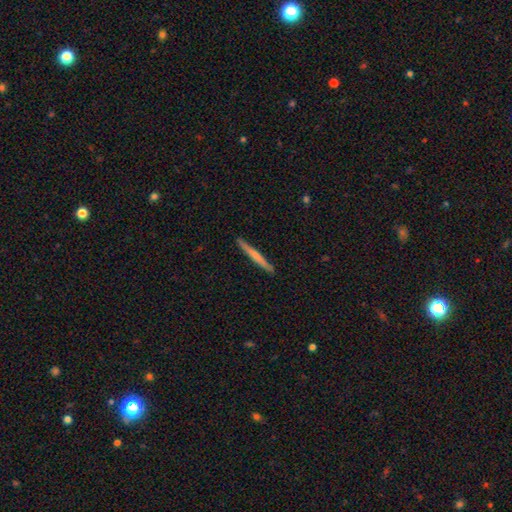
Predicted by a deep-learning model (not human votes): This appears to be a smooth galaxy with no disk features (53%) that is cigar-shaped (97%). Merging: none (91%).